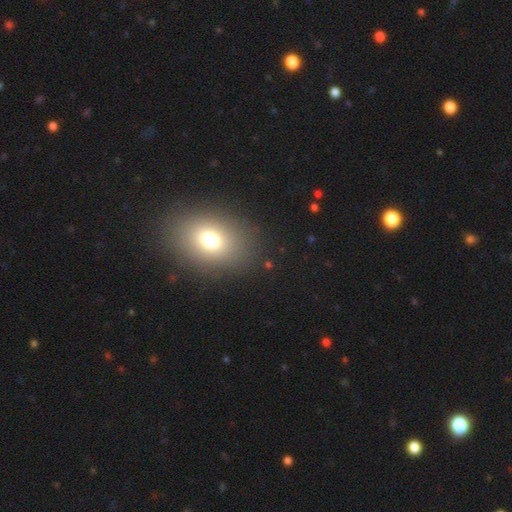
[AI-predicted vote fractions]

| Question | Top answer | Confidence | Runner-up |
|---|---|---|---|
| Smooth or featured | smooth | 71% | star or artifact (17%) |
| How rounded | in between | 68% | round (30%) |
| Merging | none | 89% | minor disturbance (7%) |